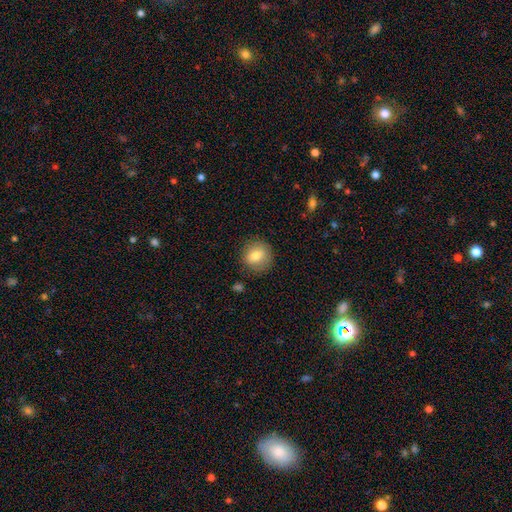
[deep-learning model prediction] Smooth or featured? smooth (77%)
How rounded? round (87%)
Merging? none (86%)